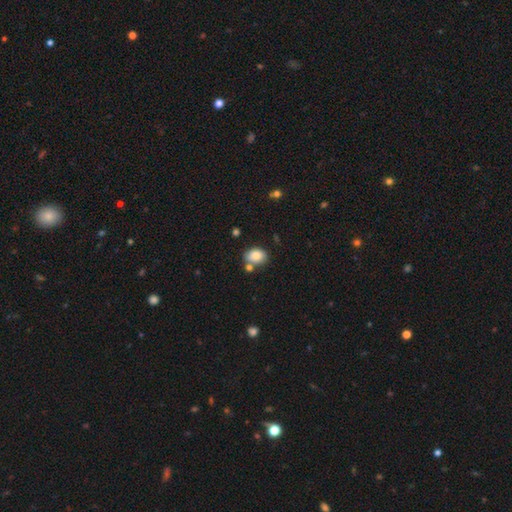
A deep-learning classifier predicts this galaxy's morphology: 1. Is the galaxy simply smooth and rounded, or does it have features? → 84% smooth, 8% star or artifact, 8% featured or disk.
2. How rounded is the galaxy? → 69% in between, 30% round, 1% cigar-shaped.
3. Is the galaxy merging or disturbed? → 66% none, 15% merger, 15% minor disturbance, 4% major disturbance.